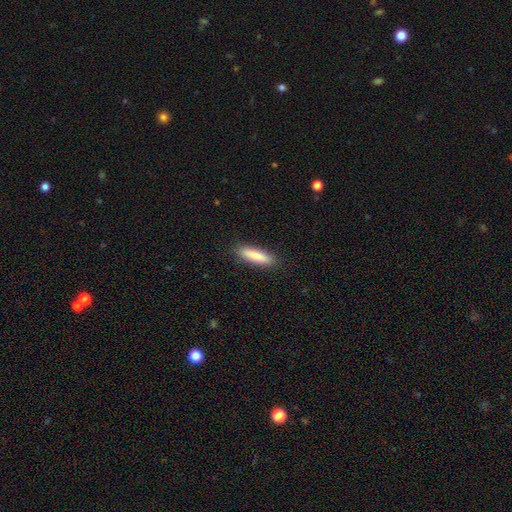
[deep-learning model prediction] smooth-or-featured: smooth: 87% | featured or disk: 7% | star or artifact: 6%
  how-rounded: cigar-shaped: 68% | in between: 31% | round: 1%
  merging: none: 89% | minor disturbance: 8% | major disturbance: 2% | merger: 1%